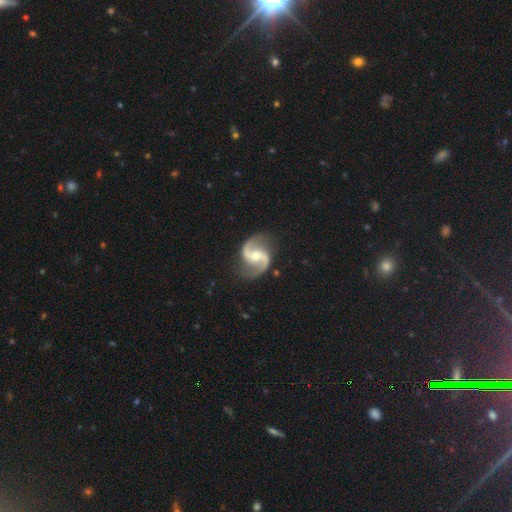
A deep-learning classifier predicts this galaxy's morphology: Smooth or featured?
  - featured or disk: 93% *
  - star or artifact: 4%
  - smooth: 3%
Edge-on disk?
  - no: 98% *
  - yes: 2%
Bar?
  - no: 42% *
  - weak: 40%
  - strong: 18%
Spiral arms?
  - yes: 98% *
  - no: 2%
Spiral winding?
  - medium: 49% *
  - loose: 42%
  - tight: 9%
Spiral arm count?
  - 2: 95% *
  - can't tell: 1%
  - 1: 1%
  - 3: 1%
  - 4: 1%
  - more than 4: 1%
Bulge size?
  - moderate: 62% *
  - small: 32%
  - large: 3%
  - none: 2%
  - dominant: 1%
Merging?
  - none: 84% *
  - minor disturbance: 11%
  - major disturbance: 3%
  - merger: 1%